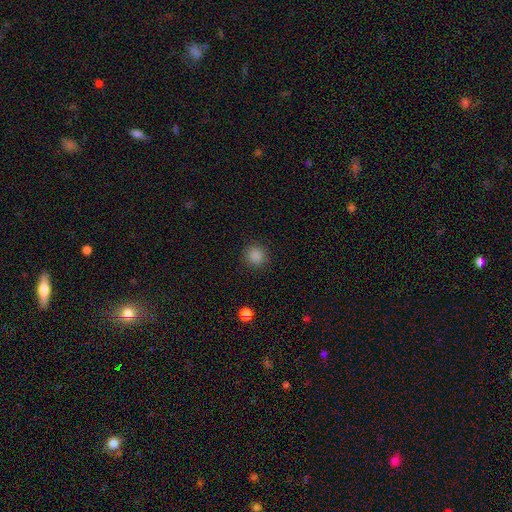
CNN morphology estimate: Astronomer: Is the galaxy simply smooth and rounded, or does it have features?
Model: smooth — 86%.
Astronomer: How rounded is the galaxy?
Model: round — 92%.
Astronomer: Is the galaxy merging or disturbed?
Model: none — 90%.